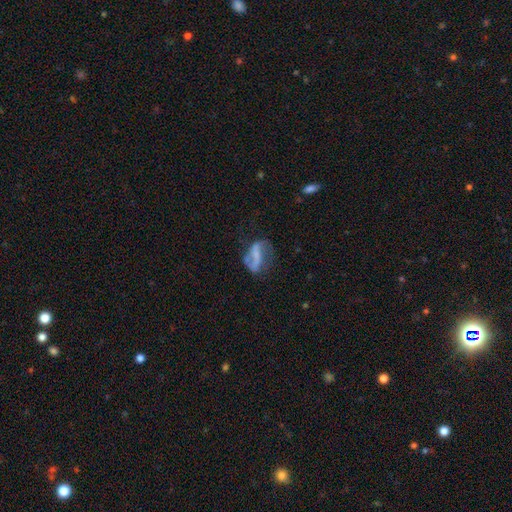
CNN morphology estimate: A featured or disk galaxy (67%) with a strong bar (39%), spiral arms (75%) and no central bulge (51%).

Vote fractions:
- Smooth or featured? featured or disk: 67% / smooth: 24% / star or artifact: 9%
- Edge-on disk? no: 96% / yes: 4%
- Bar? strong: 39% / weak: 32% / no: 29%
- Spiral arms? yes: 75% / no: 25%
- Bulge size? none: 51% / small: 30% / moderate: 14% / large: 4% / dominant: 1%
- Merging? none: 46% / major disturbance: 26% / minor disturbance: 23% / merger: 6%